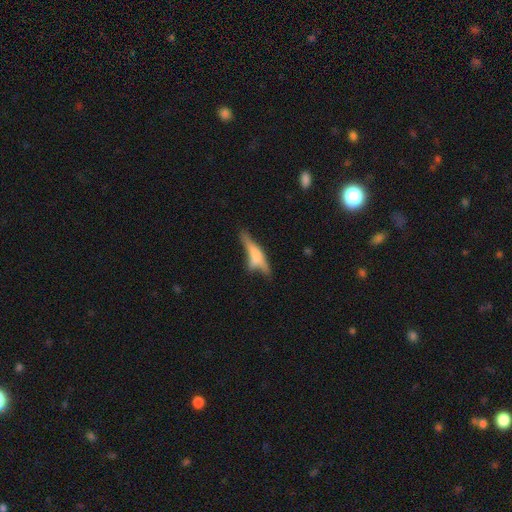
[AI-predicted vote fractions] This appears to be a smooth galaxy with no disk features (51%) that is cigar-shaped (77%). Merging: none (41%).